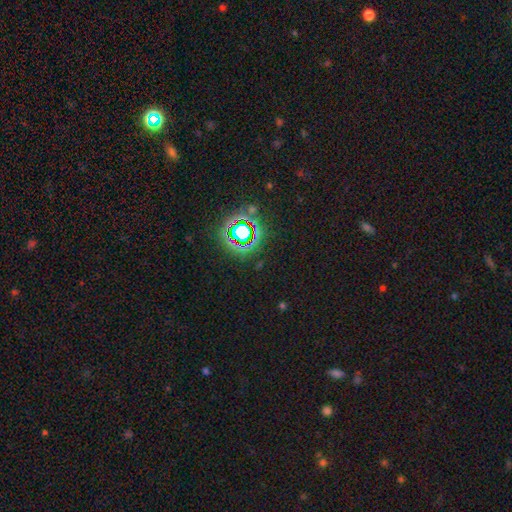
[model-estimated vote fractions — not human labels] smooth_or_featured: star or artifact (p=0.80) [alt: smooth p=0.12]